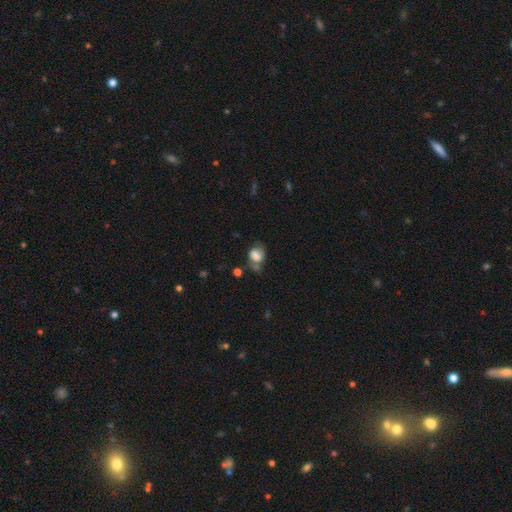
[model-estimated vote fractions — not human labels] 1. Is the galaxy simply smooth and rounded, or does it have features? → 64% smooth, 26% featured or disk, 10% star or artifact.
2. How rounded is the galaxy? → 59% in between, 39% round, 1% cigar-shaped.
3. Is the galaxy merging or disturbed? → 39% none, 27% minor disturbance, 18% major disturbance, 15% merger.